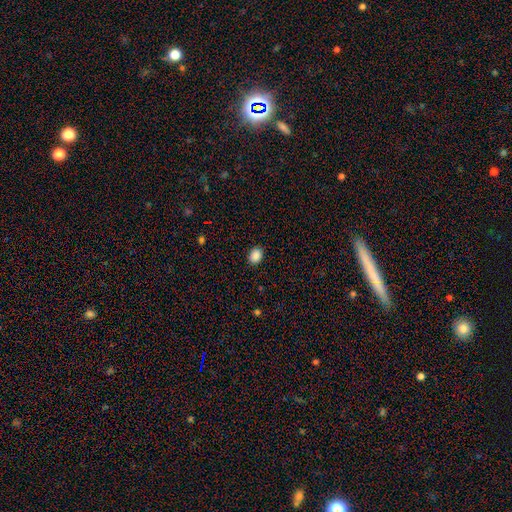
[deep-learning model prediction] Smooth or featured? Predicted: smooth (p=0.89). How rounded? Predicted: in between (p=0.67). Merging? Predicted: none (p=0.90).